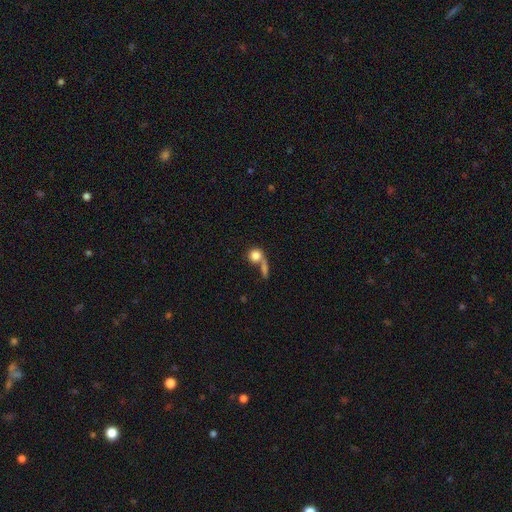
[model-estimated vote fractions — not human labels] Smooth or featured: smooth — 79% (featured or disk — 13%)
How rounded: round — 82% (in between — 15%)
Merging: none — 40% (merger — 39%)